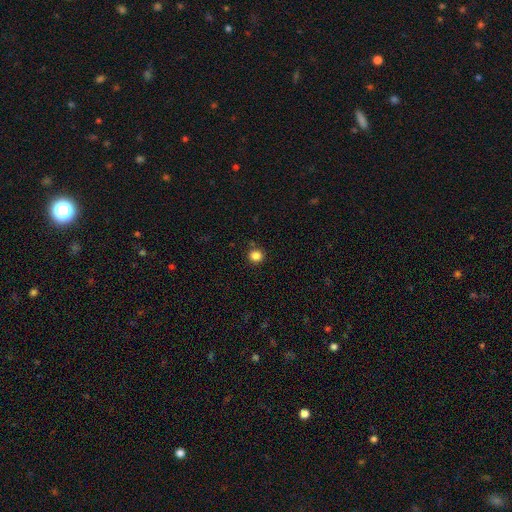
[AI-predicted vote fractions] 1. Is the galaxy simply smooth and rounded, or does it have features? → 84% smooth, 12% star or artifact, 4% featured or disk.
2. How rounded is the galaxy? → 93% round, 6% in between, 1% cigar-shaped.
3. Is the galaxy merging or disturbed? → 88% none, 8% minor disturbance, 2% major disturbance, 2% merger.